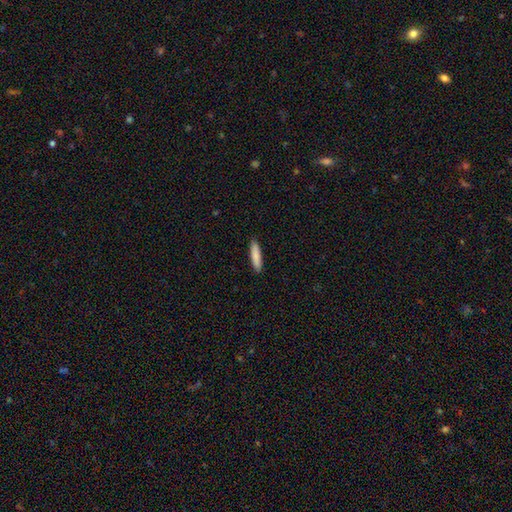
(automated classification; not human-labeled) Morphology: type=smooth (85%); roundness=cigar-shaped (83%); merging=none (91%).